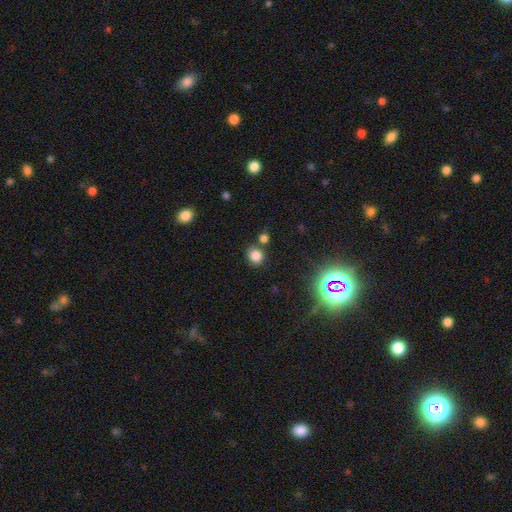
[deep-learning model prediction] smooth_or_featured: smooth (p=0.80) [alt: star or artifact p=0.14]
how_rounded: round (p=0.83) [alt: in between p=0.16]
merging: none (p=0.75) [alt: merger p=0.13]